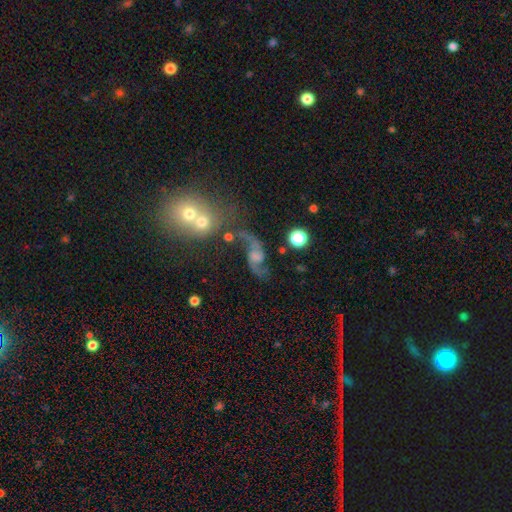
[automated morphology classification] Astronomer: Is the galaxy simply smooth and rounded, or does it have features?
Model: featured or disk — 86%.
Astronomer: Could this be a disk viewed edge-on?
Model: no — 97%.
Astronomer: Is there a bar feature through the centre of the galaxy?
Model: no — 46% (runner-up: weak, 44%).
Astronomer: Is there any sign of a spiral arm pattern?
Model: yes — 96%.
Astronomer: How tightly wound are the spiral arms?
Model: loose — 81%.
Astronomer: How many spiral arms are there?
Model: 2 — 93%.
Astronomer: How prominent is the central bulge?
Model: none — 36% (runner-up: moderate, 26%).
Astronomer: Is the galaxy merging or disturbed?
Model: none — 60%.